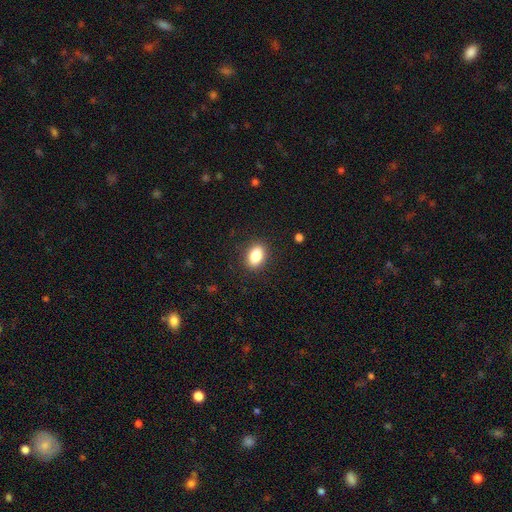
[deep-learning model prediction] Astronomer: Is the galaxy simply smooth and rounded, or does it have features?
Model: smooth — 85%.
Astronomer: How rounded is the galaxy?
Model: in between — 85%.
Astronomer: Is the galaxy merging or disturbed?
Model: none — 88%.